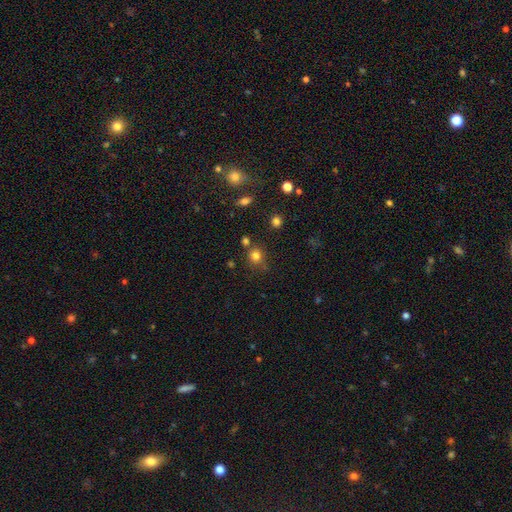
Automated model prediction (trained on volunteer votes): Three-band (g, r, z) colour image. It shows a smooth galaxy with no disk features (78%) that is round (87%). Merging: none (73%).